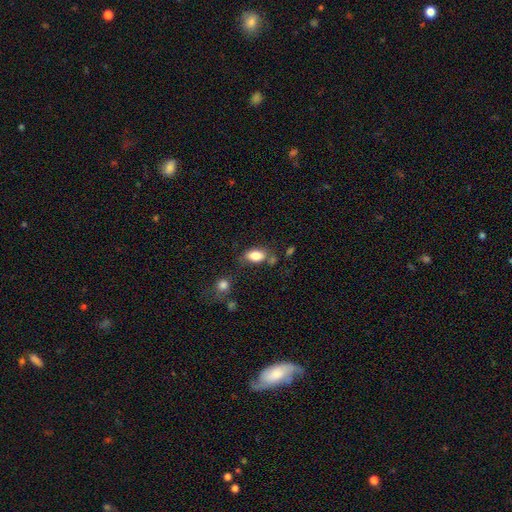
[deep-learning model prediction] Smooth or featured? smooth (82%)
How rounded? in between (89%)
Merging? none (61%)